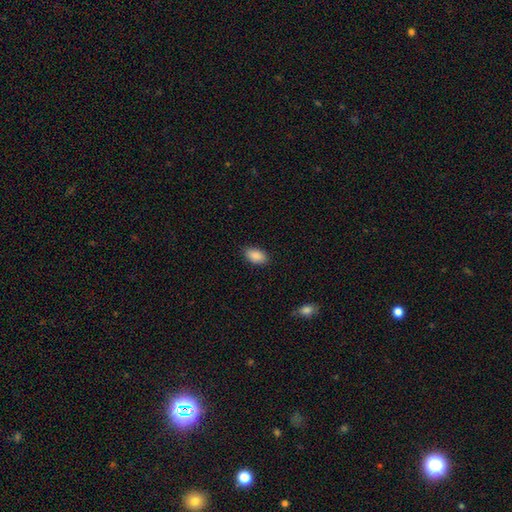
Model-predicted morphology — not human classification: This is clearly a smooth galaxy (89%). How rounded: clearly in between (93%). Merging: clearly none (87%).